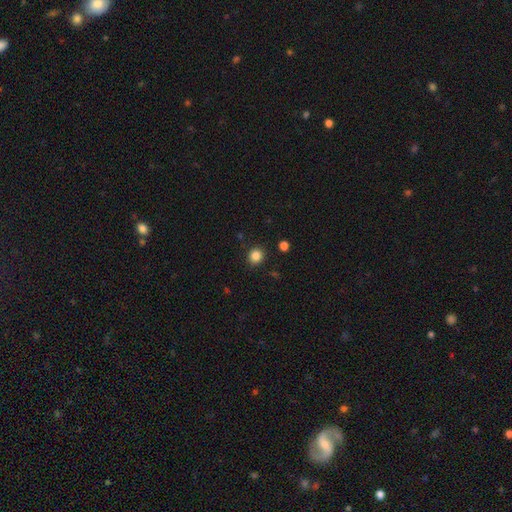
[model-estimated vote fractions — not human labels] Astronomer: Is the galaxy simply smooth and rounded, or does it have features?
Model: smooth — 85%.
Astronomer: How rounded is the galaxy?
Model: round — 83%.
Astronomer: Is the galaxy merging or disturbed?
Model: none — 89%.